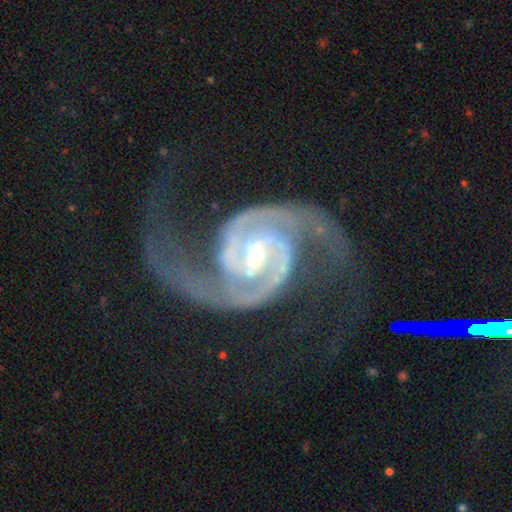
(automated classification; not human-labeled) This is clearly a featured or disk galaxy (94%). It is clearly not viewed edge-on (98%). Bar: marginally weak (41%). Spiral arm pattern: clearly yes (99%). Spiral arm count: clearly 2 (94%). Spiral winding: possibly medium (54%). Central bulge: likely small (71%). Merging: likely none (62%).